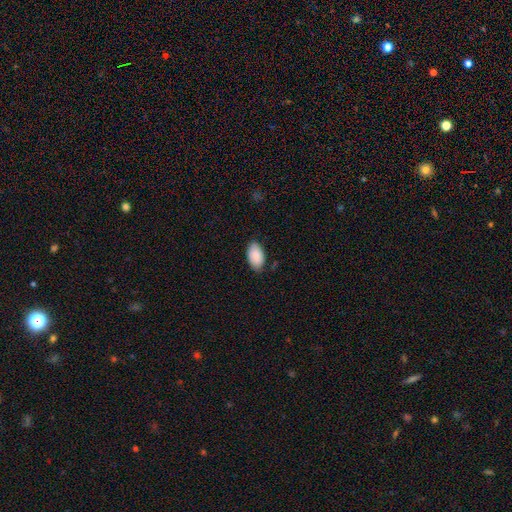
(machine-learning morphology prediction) This is clearly a smooth galaxy (89%). How rounded: clearly in between (95%). Merging: likely none (79%).